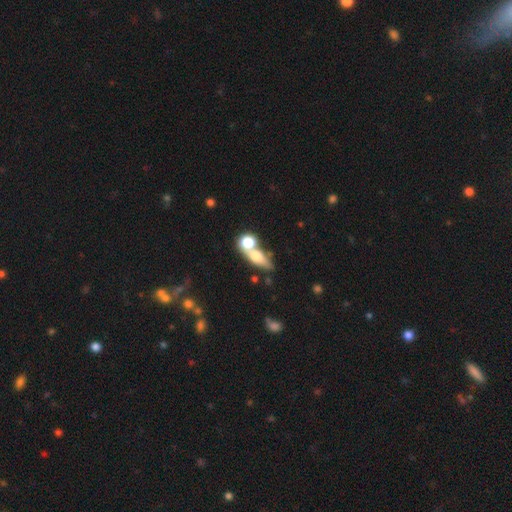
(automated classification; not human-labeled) Smooth or featured? Predicted: smooth (p=0.66). How rounded? Predicted: in between (p=0.52). Merging? Predicted: merger (p=0.53).